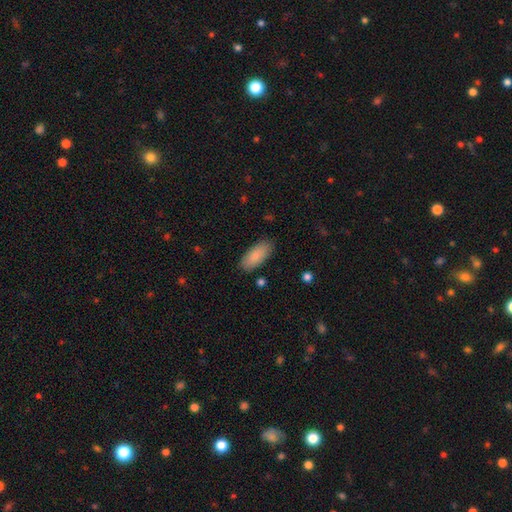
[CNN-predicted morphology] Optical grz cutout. It shows a smooth galaxy with no disk features (87%) that is in between round and cigar-shaped (85%). Merging: none (86%).